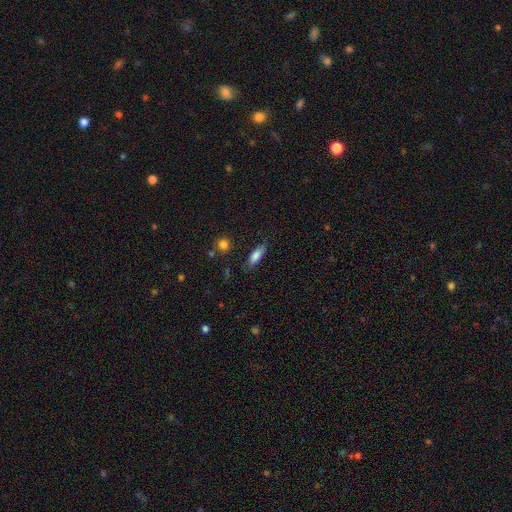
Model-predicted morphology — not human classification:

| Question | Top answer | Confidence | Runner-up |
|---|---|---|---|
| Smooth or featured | smooth | 80% | featured or disk (13%) |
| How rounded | in between | 56% | cigar-shaped (41%) |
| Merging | none | 77% | minor disturbance (17%) |